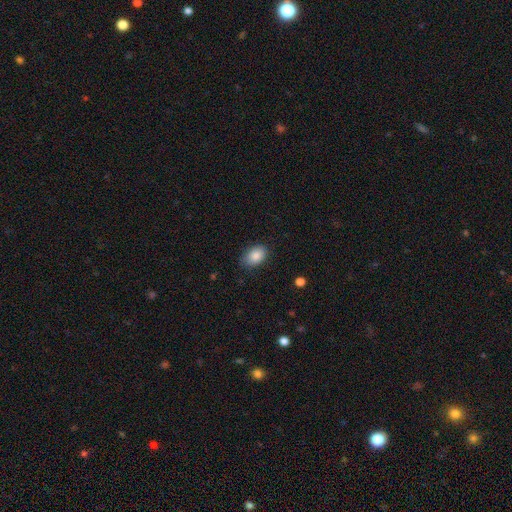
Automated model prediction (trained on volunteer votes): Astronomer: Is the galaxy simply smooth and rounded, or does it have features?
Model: smooth — 86%.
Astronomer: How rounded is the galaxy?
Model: in between — 87%.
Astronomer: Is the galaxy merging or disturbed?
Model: none — 79%.